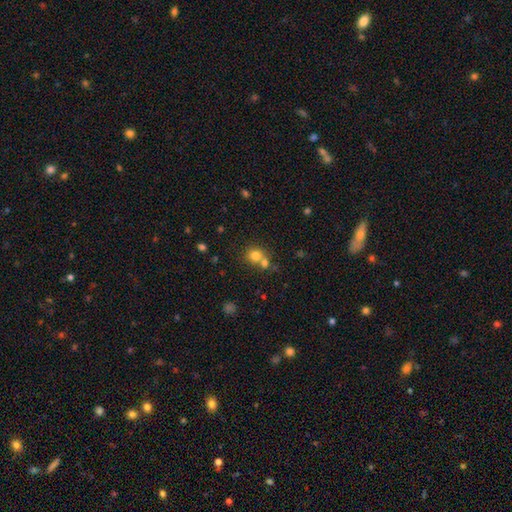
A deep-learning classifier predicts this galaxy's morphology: smooth-or-featured: smooth: 77% | star or artifact: 14% | featured or disk: 10%
  how-rounded: round: 84% | in between: 15% | cigar-shaped: 1%
  merging: none: 49% | merger: 41% | minor disturbance: 7% | major disturbance: 3%